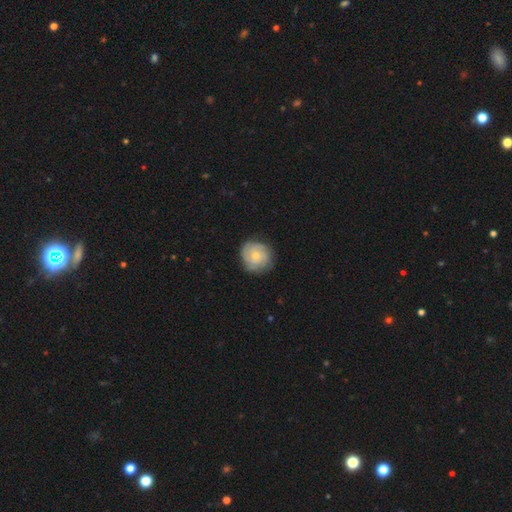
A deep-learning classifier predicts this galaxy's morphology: Smooth or featured? Predicted: featured or disk (p=0.69). Edge-on disk? Predicted: no (p=0.98). Bar? Predicted: no (p=0.79). Spiral arms? Predicted: yes (p=0.94). Spiral winding? Predicted: tight (p=0.70). Spiral arm count? Predicted: 3 (p=0.31). Bulge size? Predicted: small (p=0.61). Merging? Predicted: none (p=0.80).